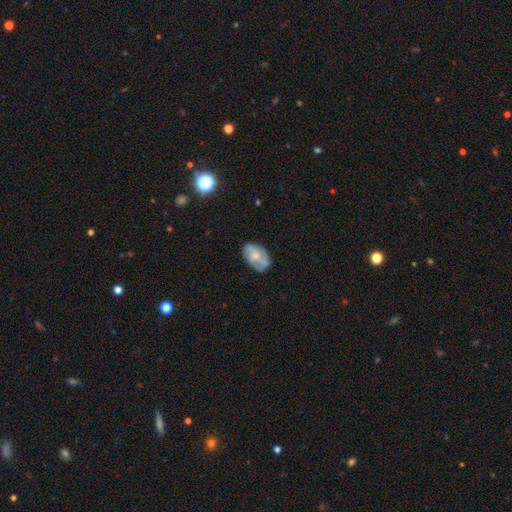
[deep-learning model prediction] Smooth or featured?
  - featured or disk: 53% *
  - smooth: 40%
  - star or artifact: 7%
Edge-on disk?
  - no: 96% *
  - yes: 4%
Bar?
  - no: 76% *
  - weak: 20%
  - strong: 4%
Spiral arms?
  - yes: 62% *
  - no: 38%
Bulge size?
  - small: 47% *
  - moderate: 42%
  - none: 8%
  - large: 3%
  - dominant: 1%
Merging?
  - none: 69% *
  - minor disturbance: 23%
  - major disturbance: 6%
  - merger: 2%